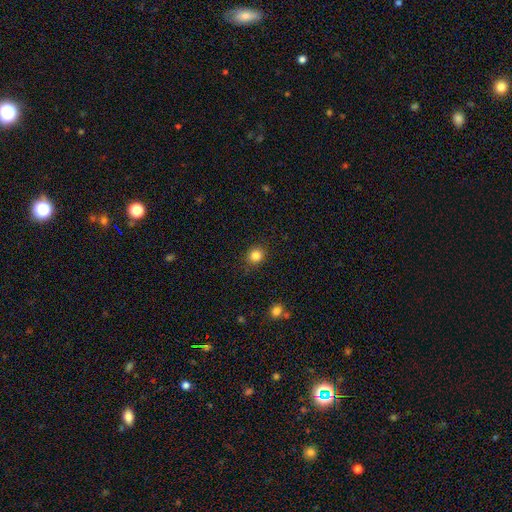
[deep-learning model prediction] smooth-or-featured: smooth: 83% | star or artifact: 12% | featured or disk: 5%
  how-rounded: round: 81% | in between: 18% | cigar-shaped: 1%
  merging: none: 87% | minor disturbance: 9% | major disturbance: 3% | merger: 1%